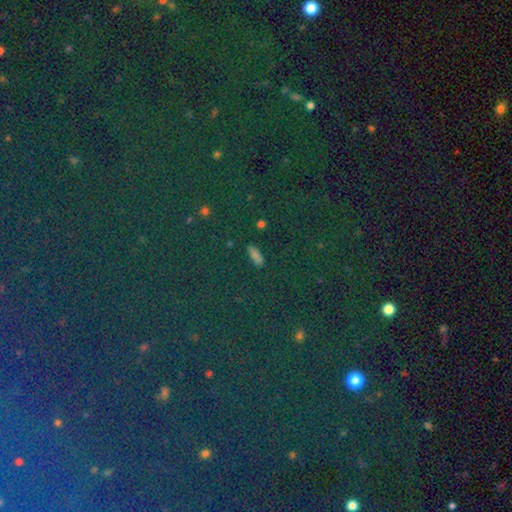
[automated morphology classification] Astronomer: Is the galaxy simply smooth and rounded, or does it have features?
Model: star or artifact — 77%.